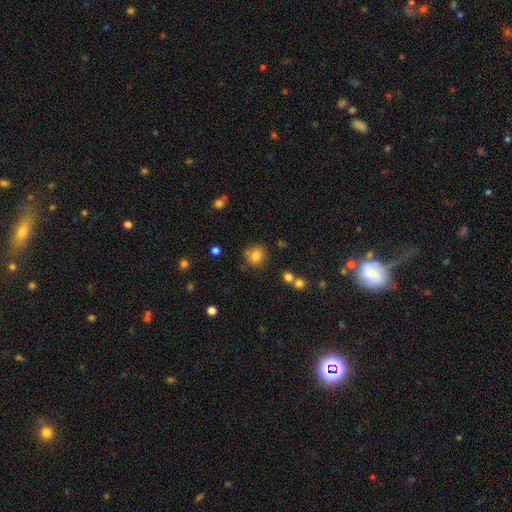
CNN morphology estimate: This is likely a smooth galaxy (80%). How rounded: clearly round (82%). Merging: likely none (78%).